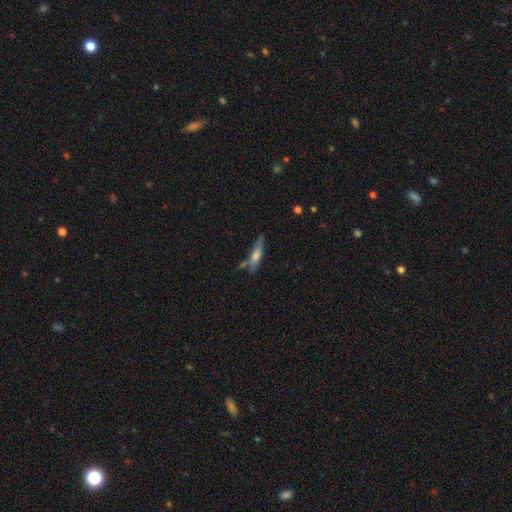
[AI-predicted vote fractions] Smooth or featured? smooth (47%)
Merging? none (65%)